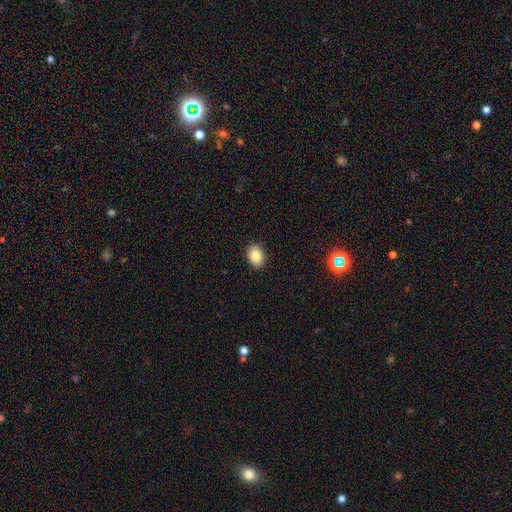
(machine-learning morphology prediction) A smooth galaxy with no disk features (87%) that is in between round and cigar-shaped (77%). Merging: none (90%).